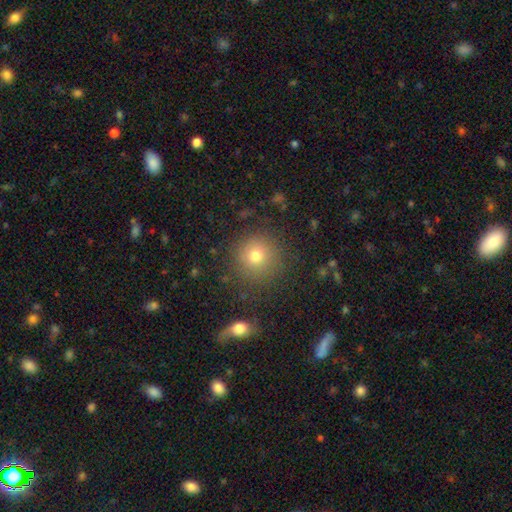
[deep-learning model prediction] Smooth or featured? smooth (75%)
How rounded? round (94%)
Merging? none (87%)